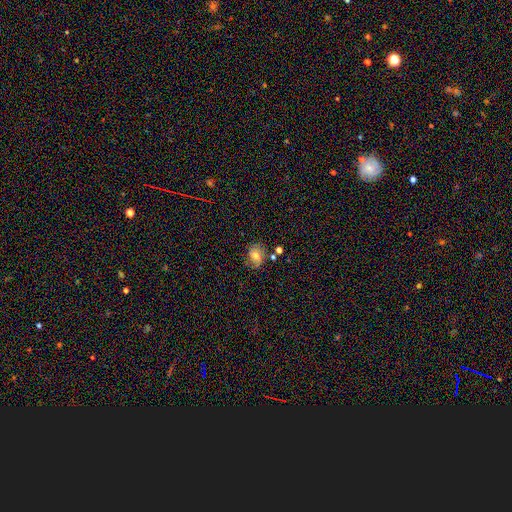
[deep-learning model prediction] smooth_or_featured: smooth (p=0.52) [alt: featured or disk p=0.34]
how_rounded: round (p=0.52) [alt: in between p=0.46]
merging: none (p=0.68) [alt: minor disturbance p=0.20]